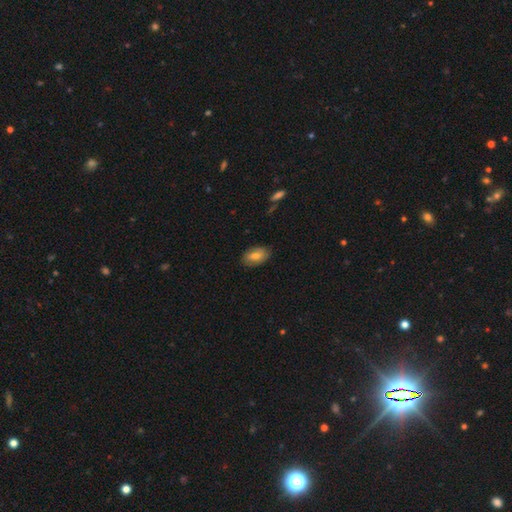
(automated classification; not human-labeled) smooth-or-featured: smooth: 72% | featured or disk: 21% | star or artifact: 7%
  how-rounded: in between: 92% | round: 6% | cigar-shaped: 2%
  merging: none: 82% | minor disturbance: 14% | major disturbance: 3% | merger: 1%